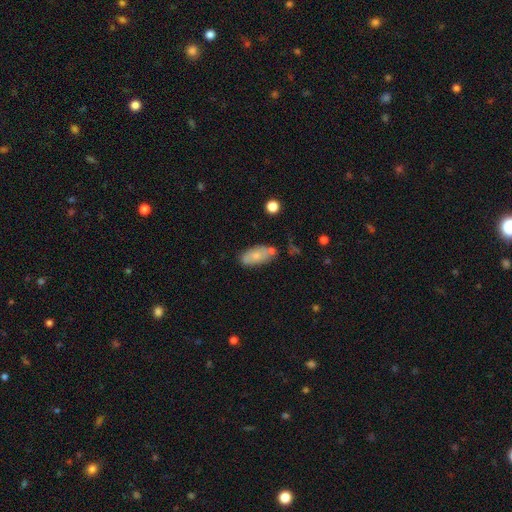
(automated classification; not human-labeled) This is likely a smooth galaxy (73%). How rounded: clearly in between (90%). Merging: possibly none (59%).